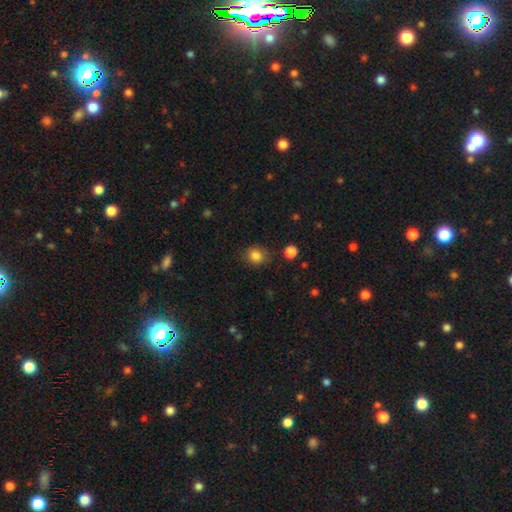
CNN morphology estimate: smooth-or-featured: smooth: 84% | star or artifact: 11% | featured or disk: 5%
  how-rounded: round: 69% | in between: 30% | cigar-shaped: 1%
  merging: none: 78% | minor disturbance: 15% | major disturbance: 4% | merger: 2%